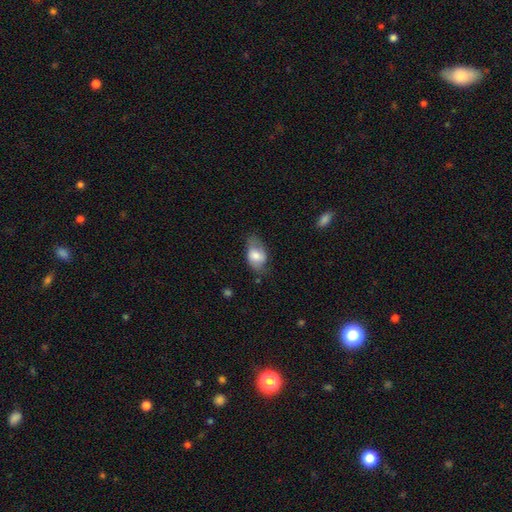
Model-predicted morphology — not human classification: Smooth or featured?
  - smooth: 68% *
  - featured or disk: 25%
  - star or artifact: 7%
How rounded?
  - in between: 88% *
  - round: 10%
  - cigar-shaped: 2%
Merging?
  - none: 56% *
  - minor disturbance: 31%
  - major disturbance: 11%
  - merger: 2%